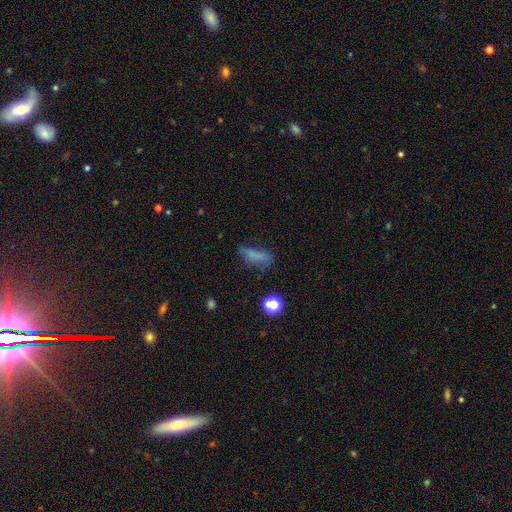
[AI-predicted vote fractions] This appears to be a smooth galaxy with no disk features (66%) that is in between round and cigar-shaped (52%). Merging: none (47%).